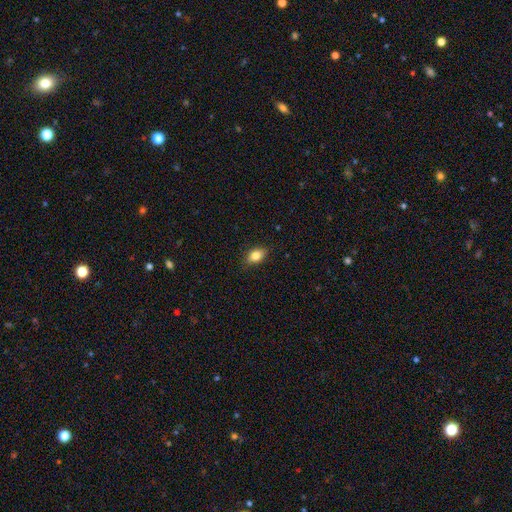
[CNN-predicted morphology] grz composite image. It shows a smooth galaxy with no disk features (82%) that is in between round and cigar-shaped (81%). Merging: none (84%).